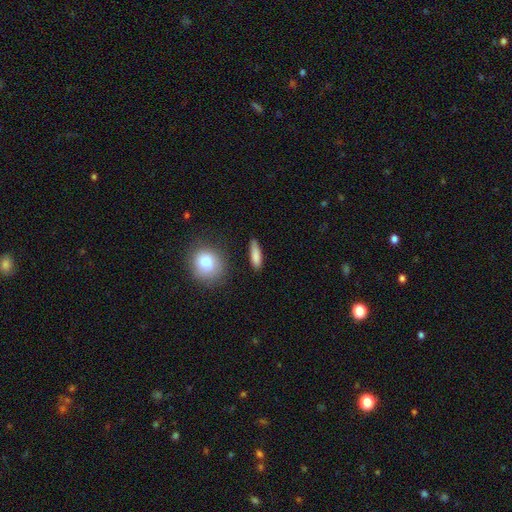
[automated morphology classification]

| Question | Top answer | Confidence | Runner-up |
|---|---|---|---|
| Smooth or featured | smooth | 84% | featured or disk (9%) |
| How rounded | cigar-shaped | 58% | in between (37%) |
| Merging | none | 82% | minor disturbance (12%) |